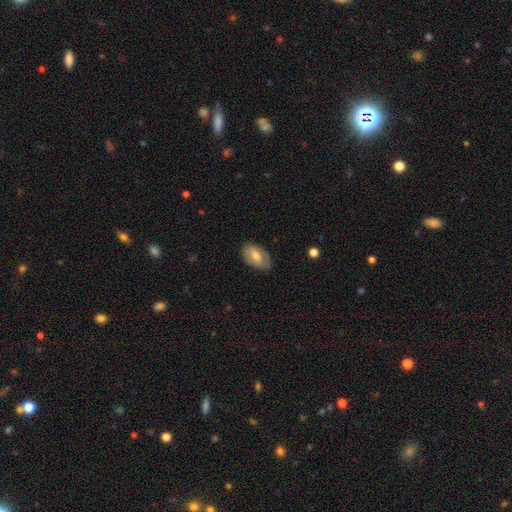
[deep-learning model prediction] Smooth or featured? Predicted: smooth (p=0.59). How rounded? Predicted: in between (p=0.92). Merging? Predicted: none (p=0.80).